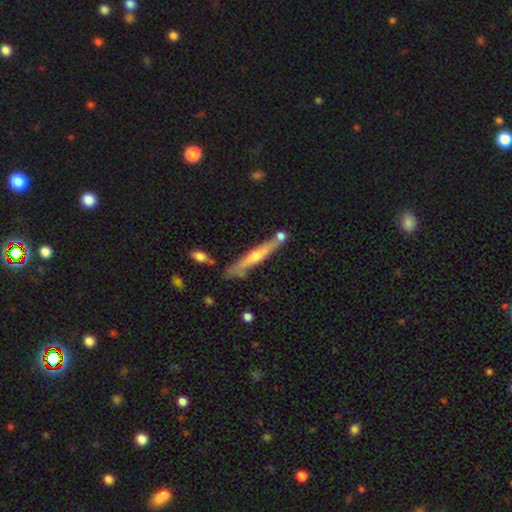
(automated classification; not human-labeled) A featured or disk galaxy (58%) viewed edge-on (92%) with a rounded central bulge (76%).

Vote fractions:
- Smooth or featured? featured or disk: 58% / smooth: 36% / star or artifact: 6%
- Edge-on disk? yes: 92% / no: 8%
- Edge-on bulge? rounded: 76% / none: 20% / boxy: 4%
- Merging? none: 72% / minor disturbance: 15% / merger: 10% / major disturbance: 3%